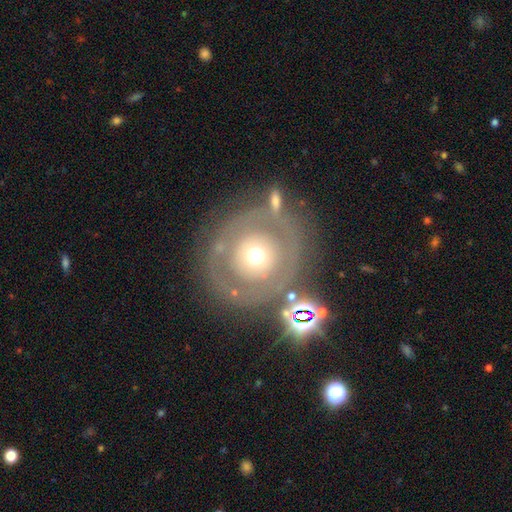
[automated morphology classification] The model was most divided on "smooth or featured": featured or disk: 48%, smooth: 43%, star or artifact: 10%. More confident: merging — none (68%).